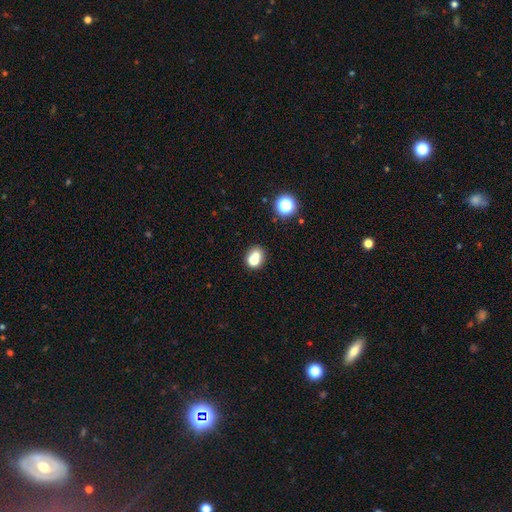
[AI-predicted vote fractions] Smooth or featured? smooth (71%)
How rounded? round (59%)
Merging? none (48%)